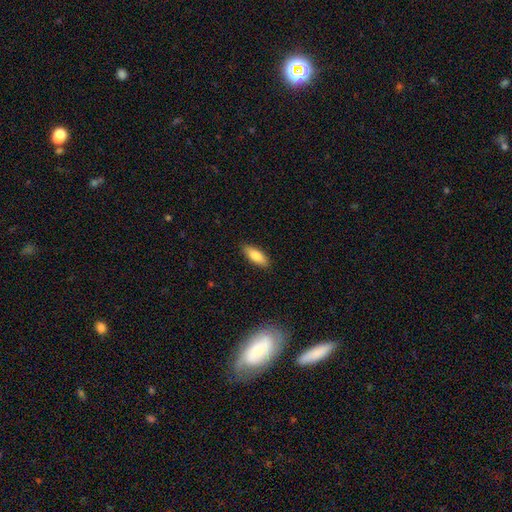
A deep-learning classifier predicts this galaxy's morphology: Smooth or featured? smooth (82%)
How rounded? in between (70%)
Merging? none (88%)